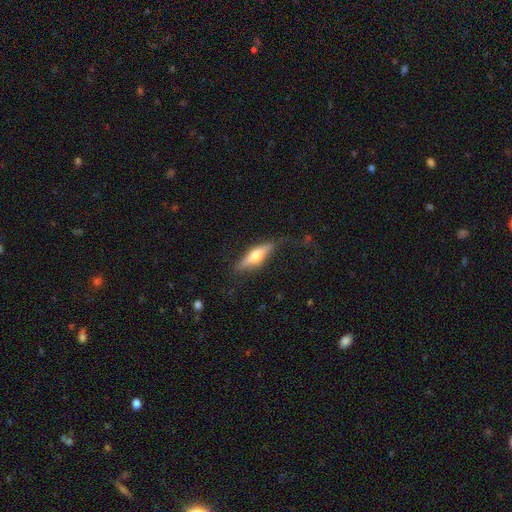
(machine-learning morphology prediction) Smooth or featured: featured or disk — 49% (smooth — 45%)
Merging: none — 73% (minor disturbance — 19%)